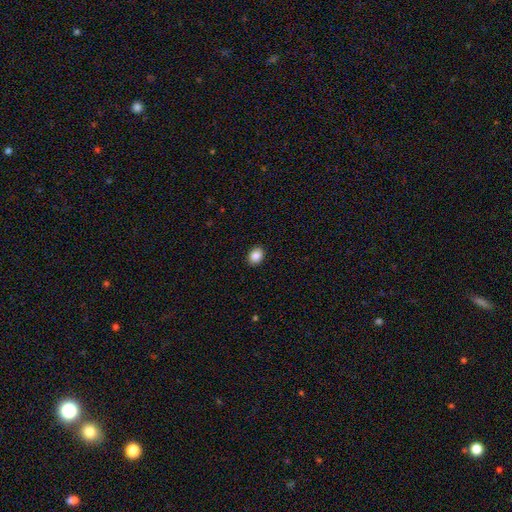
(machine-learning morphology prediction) Smooth or featured: smooth — 88% (star or artifact — 9%)
How rounded: in between — 61% (round — 38%)
Merging: none — 90% (minor disturbance — 7%)